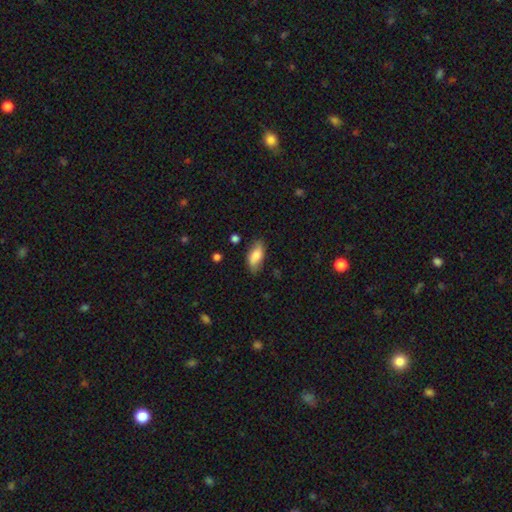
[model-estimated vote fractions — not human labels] Smooth or featured: smooth — 77% (featured or disk — 16%)
How rounded: in between — 88% (cigar-shaped — 9%)
Merging: none — 76% (minor disturbance — 18%)